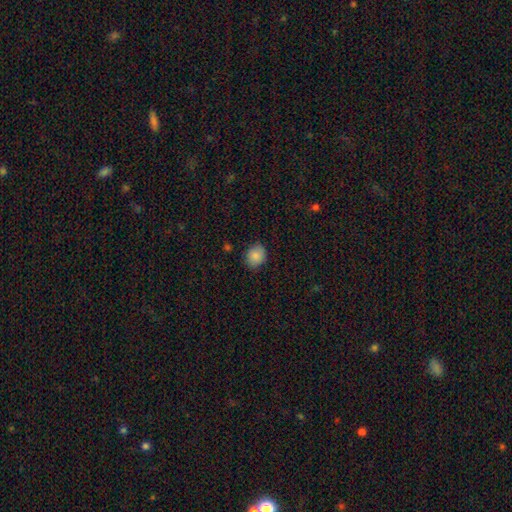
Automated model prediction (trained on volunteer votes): A smooth galaxy with no disk features (86%) that is round (62%). Merging: none (82%).